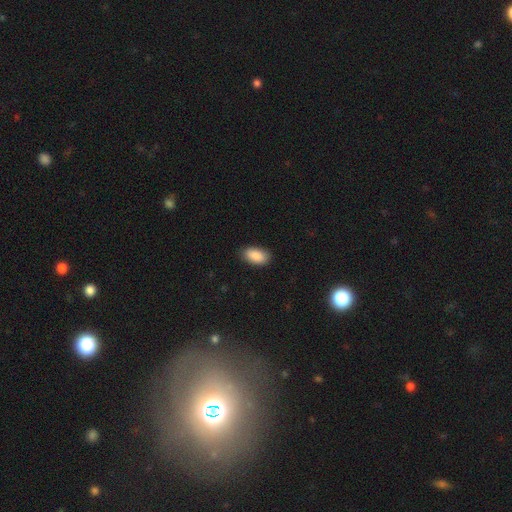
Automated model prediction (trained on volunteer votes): smooth 90%, star or artifact 6%, featured or disk 4%. Down the decision tree: how rounded — in between (94%); merging — none (88%).